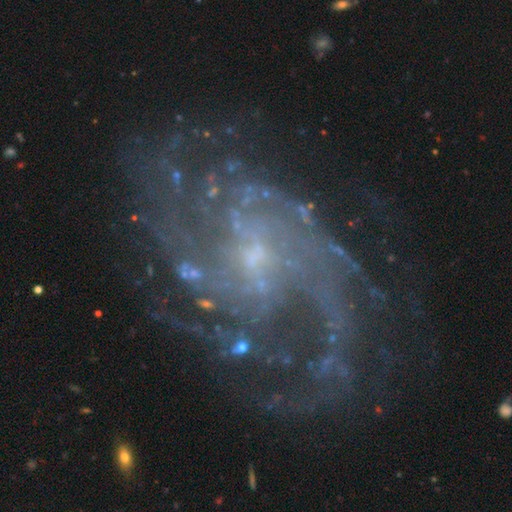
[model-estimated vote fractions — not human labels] Morphology: type=featured or disk (89%); edge-on=no (97%); bar=no (56%); spiral arms=yes (96%); winding=tight (43%); arm count=can't tell (27%); bulge=small (79%); merging=none (71%).